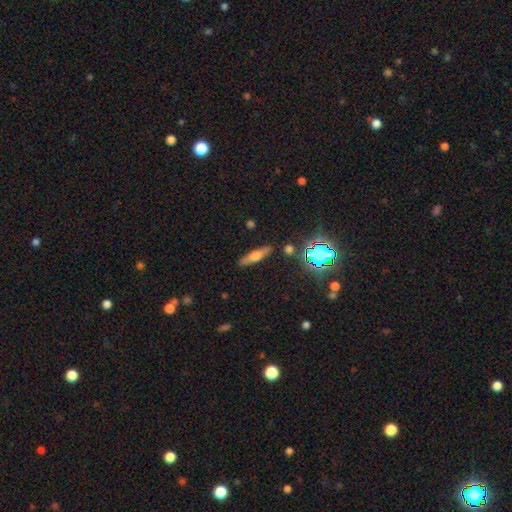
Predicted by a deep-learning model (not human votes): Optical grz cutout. It shows a smooth galaxy with no disk features (45%, tied with featured or disk). Merging: none (87%).